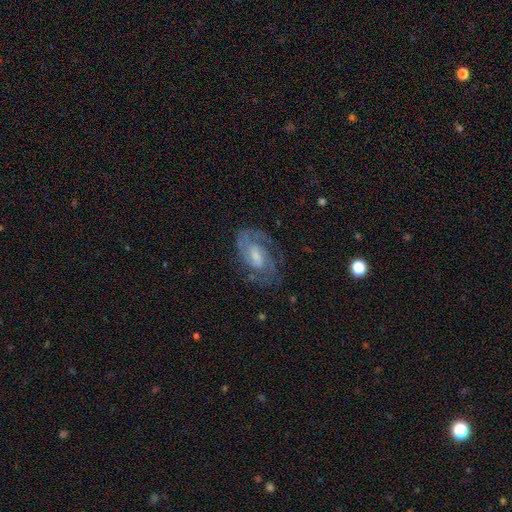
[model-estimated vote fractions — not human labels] Smooth or featured: featured or disk — 83% (smooth — 10%)
Edge-on disk: no — 96% (yes — 4%)
Bar: weak — 50% (no — 36%)
Spiral arms: yes — 95% (no — 5%)
Spiral winding: tight — 51% (medium — 40%)
Spiral arm count: 2 — 64% (can't tell — 16%)
Bulge size: small — 42% (moderate — 40%)
Merging: none — 73% (minor disturbance — 17%)